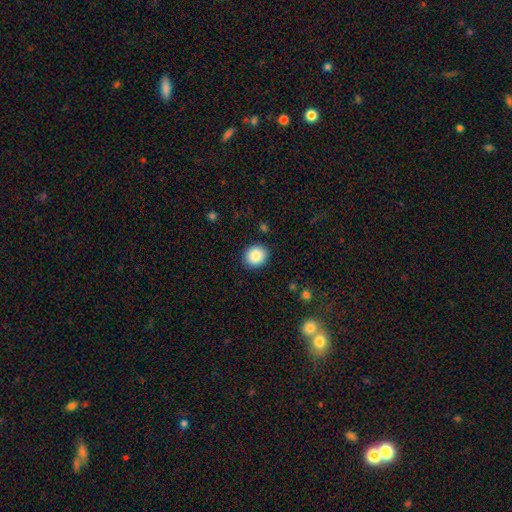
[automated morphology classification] type=smooth (88%); roundness=round (81%); merging=none (90%).